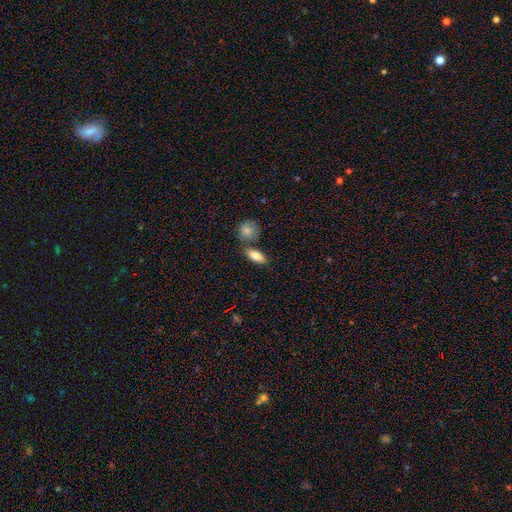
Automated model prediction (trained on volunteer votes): smooth-or-featured: smooth: 79% | featured or disk: 14% | star or artifact: 7%
  how-rounded: in between: 82% | cigar-shaped: 14% | round: 4%
  merging: none: 70% | merger: 15% | minor disturbance: 12% | major disturbance: 3%